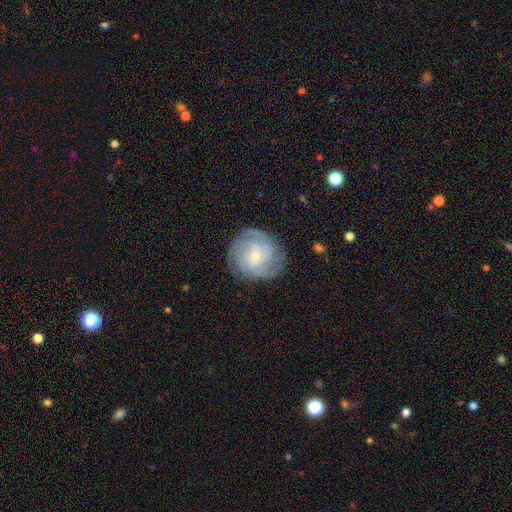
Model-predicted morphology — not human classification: The model was most divided on "bar": no: 46%, weak: 45%, strong: 9%. Remaining: edge-on disk — no (98%); spiral arms — yes (94%); merging — none (80%); smooth or featured — featured or disk (77%); bulge size — small (69%); spiral winding — tight (58%); spiral arm count — can't tell (30%).